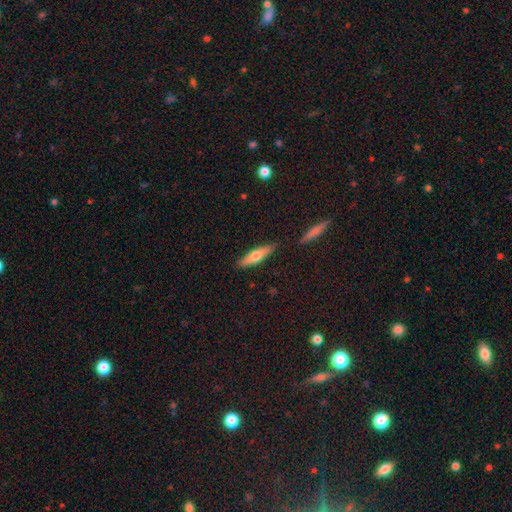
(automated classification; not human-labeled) Q: Smooth or featured?
A: smooth (57%); runner-up: featured or disk (37%)
Q: How rounded?
A: cigar-shaped (69%); runner-up: in between (29%)
Q: Merging?
A: none (86%); runner-up: minor disturbance (10%)